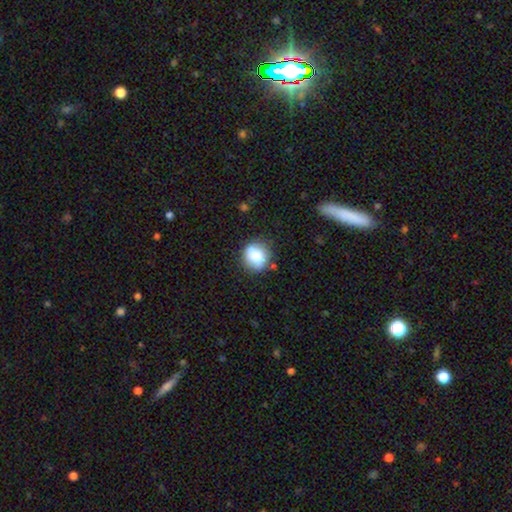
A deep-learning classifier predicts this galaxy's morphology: Smooth or featured? smooth (75%)
How rounded? round (80%)
Merging? none (77%)